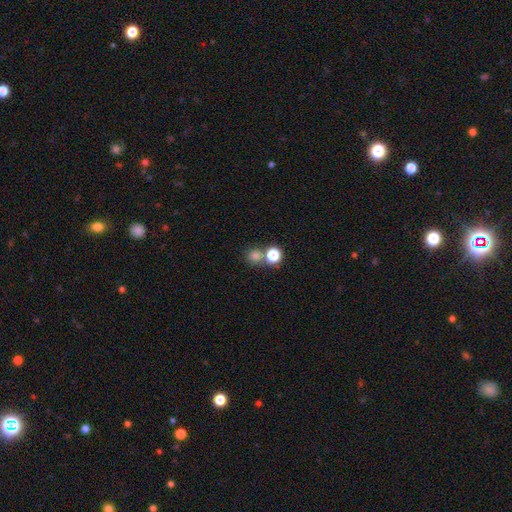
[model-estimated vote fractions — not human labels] Smooth or featured?
  - smooth: 75% *
  - star or artifact: 18%
  - featured or disk: 7%
How rounded?
  - round: 88% *
  - in between: 11%
  - cigar-shaped: 1%
Merging?
  - none: 62% *
  - merger: 27%
  - minor disturbance: 7%
  - major disturbance: 3%